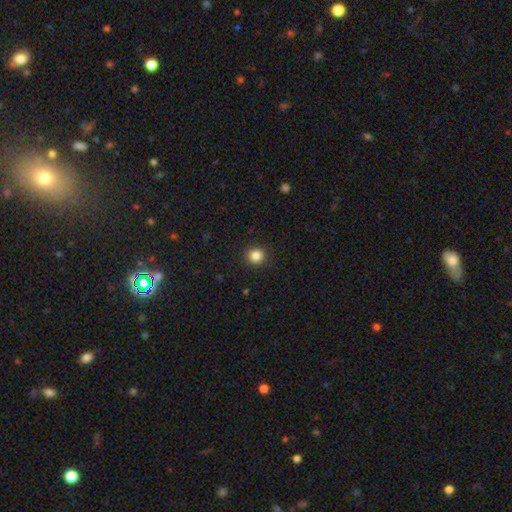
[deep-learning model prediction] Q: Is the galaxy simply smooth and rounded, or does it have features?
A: smooth — 85%.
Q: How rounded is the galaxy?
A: round — 93%.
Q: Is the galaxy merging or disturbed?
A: none — 92%.